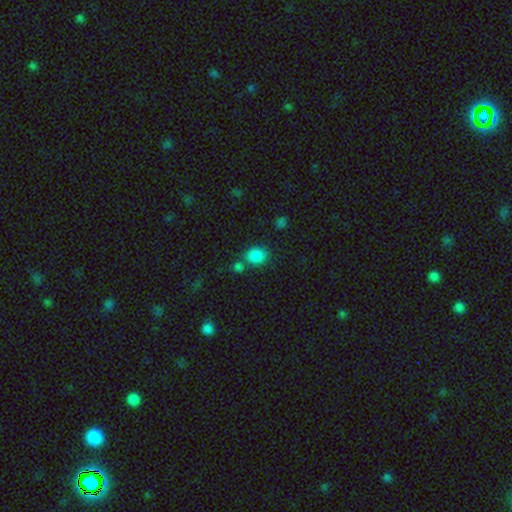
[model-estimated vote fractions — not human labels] Smooth or featured? smooth (85%)
How rounded? round (57%)
Merging? none (65%)